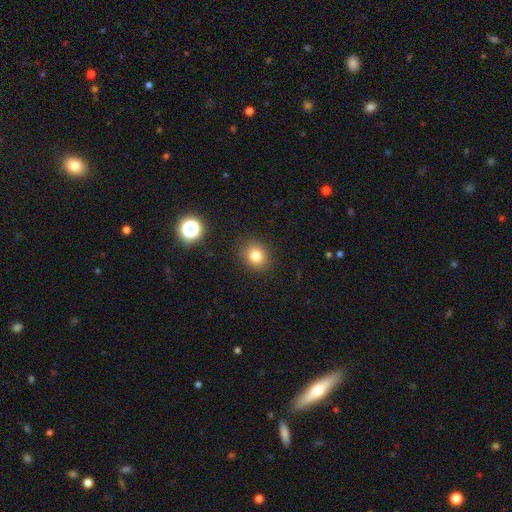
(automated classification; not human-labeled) The model was most divided on "how rounded": round: 74%, in between: 25%, cigar-shaped: 1%. More confident: merging — none (88%); smooth or featured — smooth (80%).